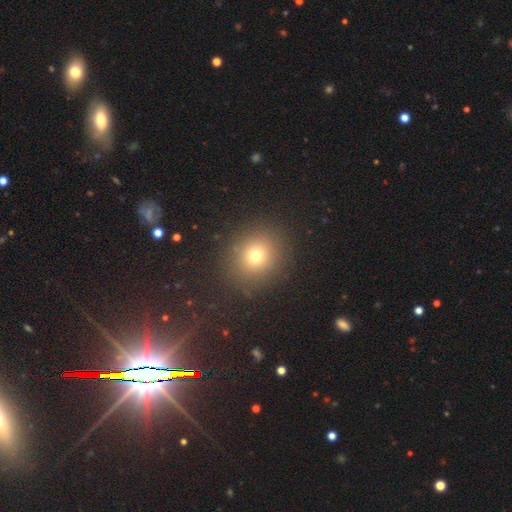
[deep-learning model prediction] Smooth or featured: smooth — 71% (star or artifact — 19%)
How rounded: round — 86% (in between — 13%)
Merging: none — 87% (minor disturbance — 7%)